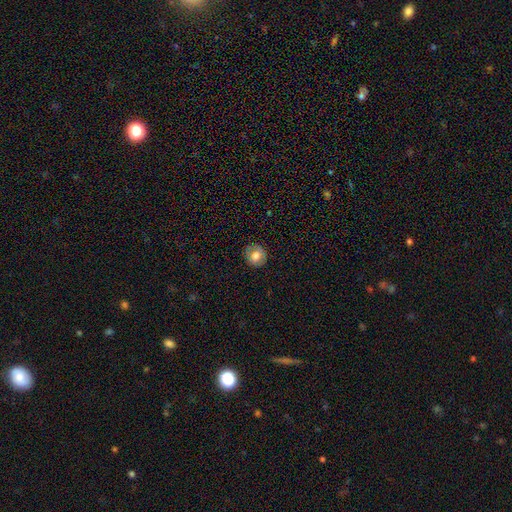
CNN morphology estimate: Smooth or featured? Predicted: smooth (p=0.71). How rounded? Predicted: round (p=0.88). Merging? Predicted: none (p=0.87).